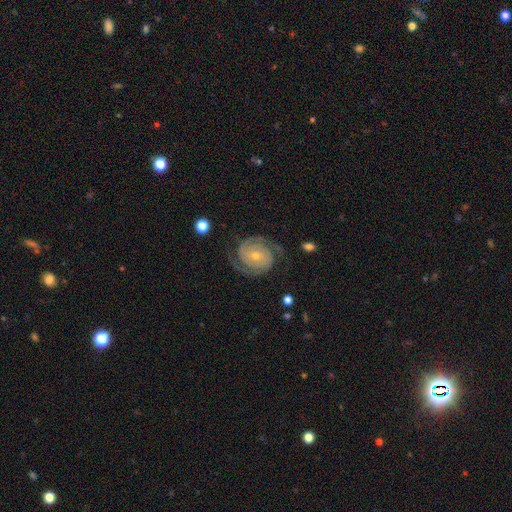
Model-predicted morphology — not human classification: The model was most divided on "bulge size": small: 66%, moderate: 30%, none: 2%, large: 1%, dominant: 1%. More confident: spiral arms — yes (98%); edge-on disk — no (98%); smooth or featured — featured or disk (91%); spiral arm count — 2 (88%); merging — none (80%); bar — no (70%); spiral winding — tight (66%).